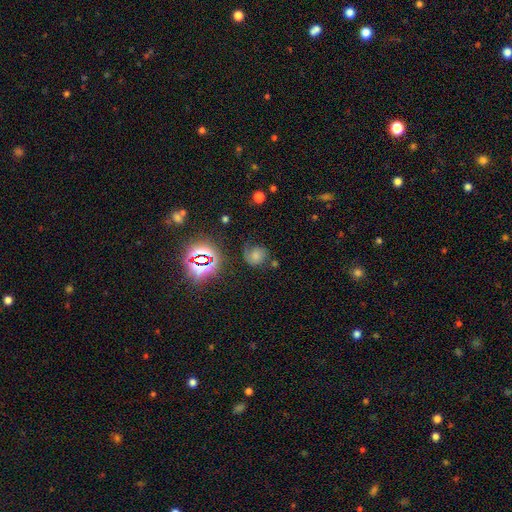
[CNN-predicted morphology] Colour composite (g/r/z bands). It shows a smooth galaxy with no disk features (42%). Merging: none (51%).